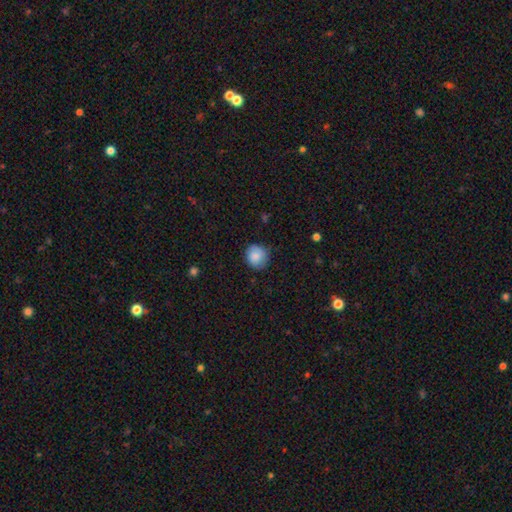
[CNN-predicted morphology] Smooth or featured: smooth — 86% (star or artifact — 8%)
How rounded: round — 87% (in between — 13%)
Merging: none — 78% (minor disturbance — 17%)